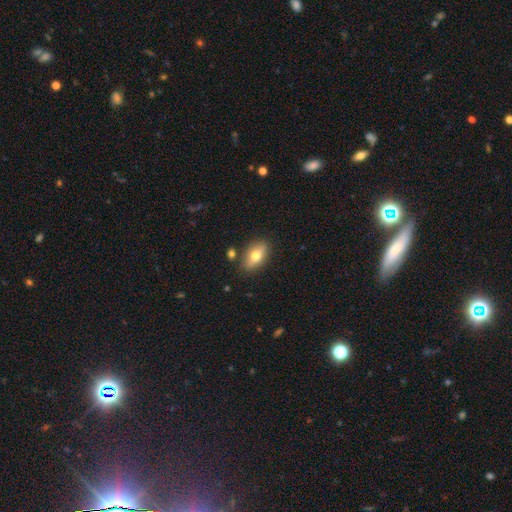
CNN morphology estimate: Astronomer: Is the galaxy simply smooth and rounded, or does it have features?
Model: smooth — 67%.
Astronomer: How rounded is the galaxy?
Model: in between — 85%.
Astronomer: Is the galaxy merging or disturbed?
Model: none — 83%.